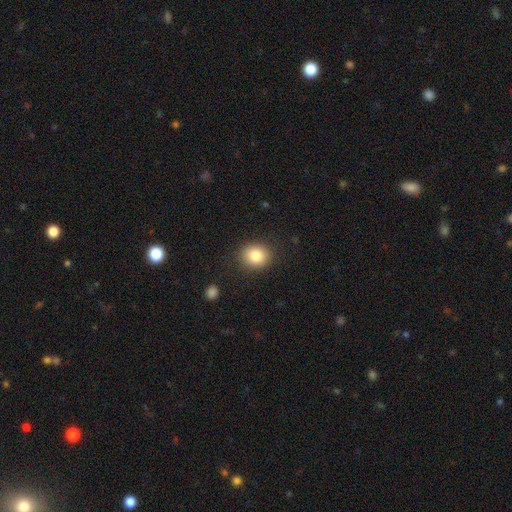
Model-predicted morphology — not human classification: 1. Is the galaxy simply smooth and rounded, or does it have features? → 83% smooth, 10% star or artifact, 8% featured or disk.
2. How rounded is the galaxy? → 68% round, 32% in between, 1% cigar-shaped.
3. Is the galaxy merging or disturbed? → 87% none, 9% minor disturbance, 3% major disturbance, 1% merger.